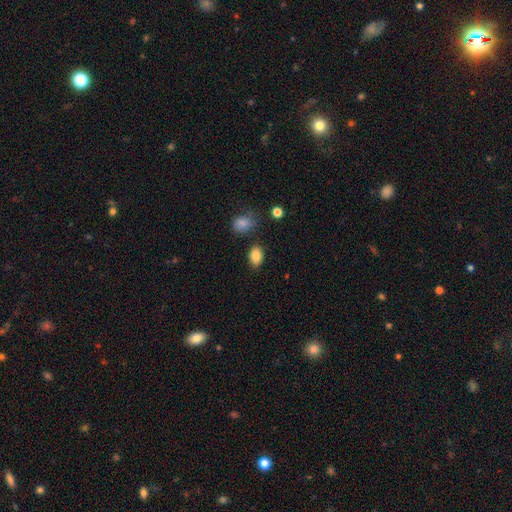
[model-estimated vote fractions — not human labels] Overall: smooth (87%). How rounded: in between (84%). Merging: none (83%).